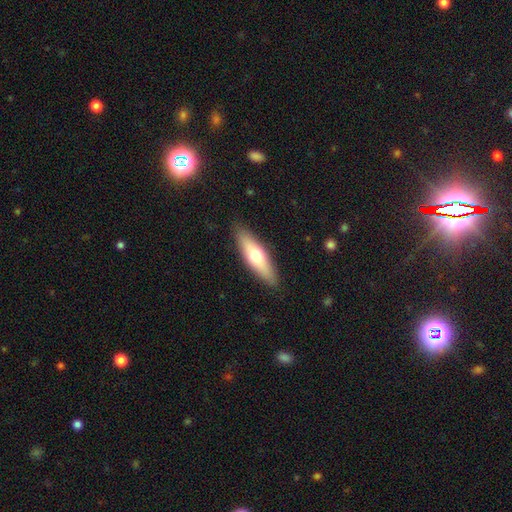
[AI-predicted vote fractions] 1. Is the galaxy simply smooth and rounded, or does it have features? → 60% smooth, 34% featured or disk, 6% star or artifact.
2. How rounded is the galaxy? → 59% cigar-shaped, 39% in between, 2% round.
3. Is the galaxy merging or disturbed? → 88% none, 9% minor disturbance, 2% major disturbance, 1% merger.